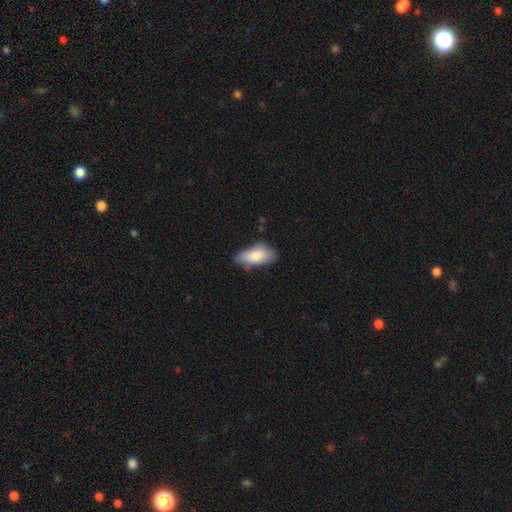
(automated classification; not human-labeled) Smooth or featured?
  - smooth: 82% *
  - featured or disk: 12%
  - star or artifact: 6%
How rounded?
  - in between: 89% *
  - cigar-shaped: 8%
  - round: 2%
Merging?
  - none: 61% *
  - minor disturbance: 30%
  - major disturbance: 6%
  - merger: 3%